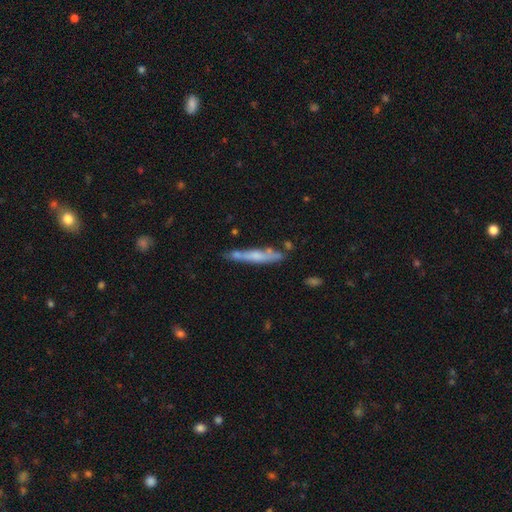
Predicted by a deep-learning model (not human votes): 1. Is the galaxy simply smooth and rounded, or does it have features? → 47% smooth, 46% featured or disk, 8% star or artifact.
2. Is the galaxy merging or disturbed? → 67% none, 20% minor disturbance, 8% merger, 5% major disturbance.